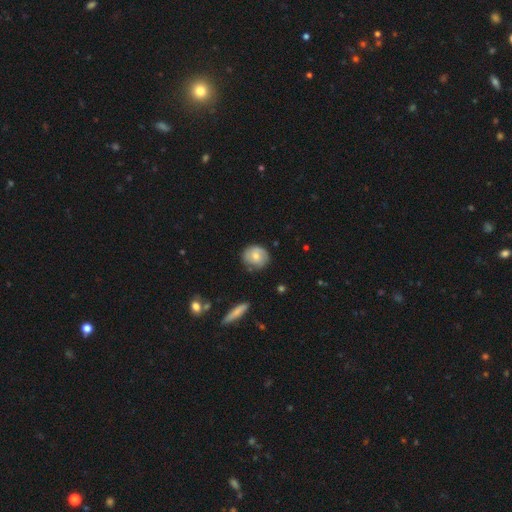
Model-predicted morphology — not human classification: smooth_or_featured: smooth (p=0.60) [alt: featured or disk p=0.33]
how_rounded: round (p=0.79) [alt: in between p=0.19]
merging: none (p=0.74) [alt: minor disturbance p=0.20]